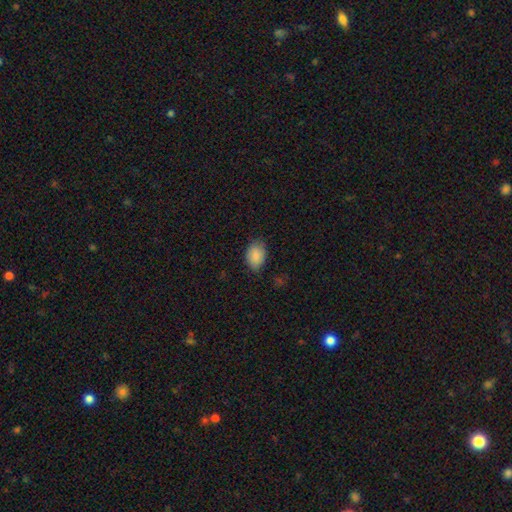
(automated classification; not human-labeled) This appears to be a smooth galaxy with no disk features (88%) that is in between round and cigar-shaped (80%). Merging: none (72%).